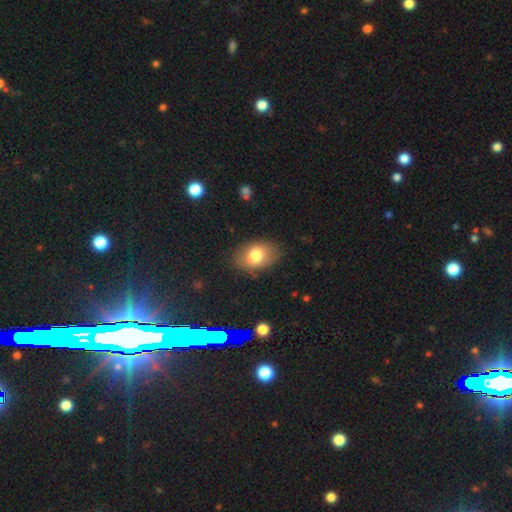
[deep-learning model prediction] Smooth or featured?
  - smooth: 75% *
  - featured or disk: 16%
  - star or artifact: 8%
How rounded?
  - in between: 84% *
  - round: 15%
  - cigar-shaped: 1%
Merging?
  - none: 79% *
  - minor disturbance: 15%
  - major disturbance: 4%
  - merger: 1%